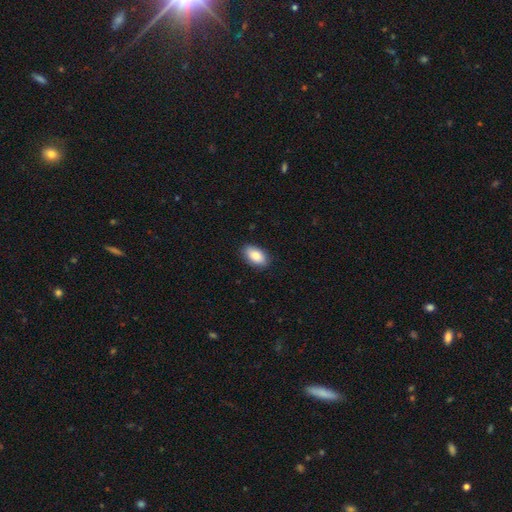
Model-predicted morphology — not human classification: Smooth or featured?
  - smooth: 87% *
  - star or artifact: 7%
  - featured or disk: 6%
How rounded?
  - in between: 93% *
  - round: 5%
  - cigar-shaped: 2%
Merging?
  - none: 88% *
  - minor disturbance: 9%
  - major disturbance: 2%
  - merger: 1%